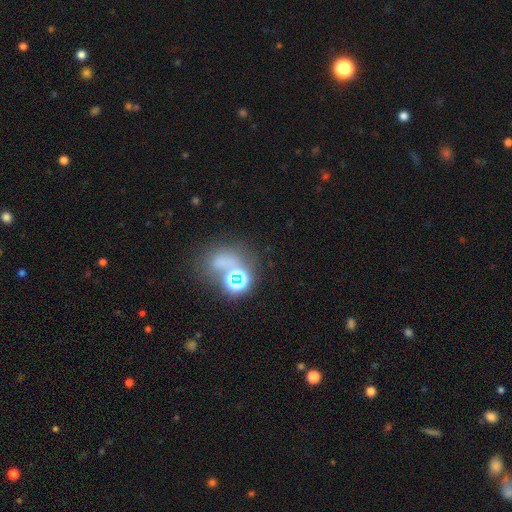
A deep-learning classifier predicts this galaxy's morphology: smooth-or-featured: star or artifact: 48% | smooth: 37% | featured or disk: 16%